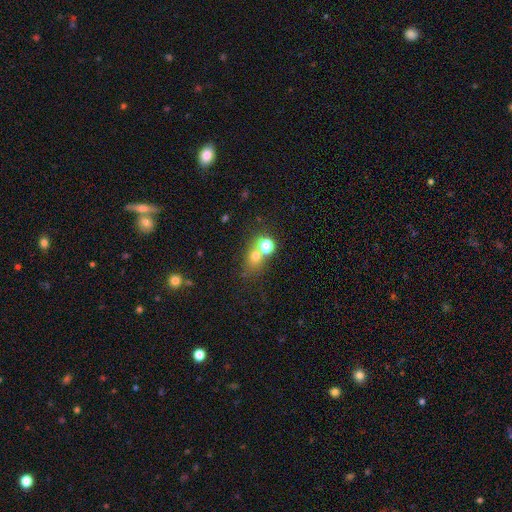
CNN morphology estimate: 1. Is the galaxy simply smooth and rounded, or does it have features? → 62% smooth, 26% star or artifact, 12% featured or disk.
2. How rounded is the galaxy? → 71% round, 28% in between, 1% cigar-shaped.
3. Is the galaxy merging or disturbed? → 54% none, 31% merger, 9% minor disturbance, 5% major disturbance.